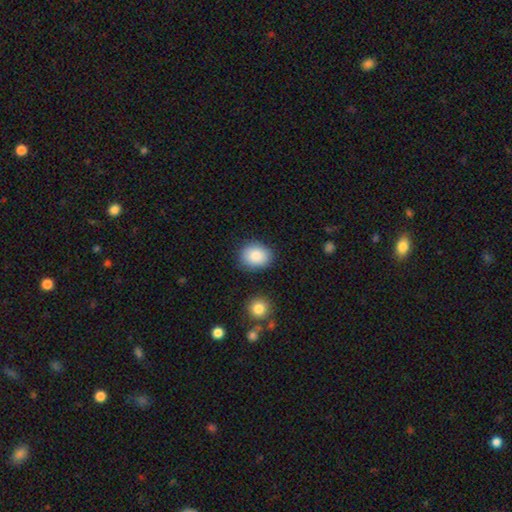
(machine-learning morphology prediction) type=smooth (87%); roundness=in between (50%); merging=none (83%).